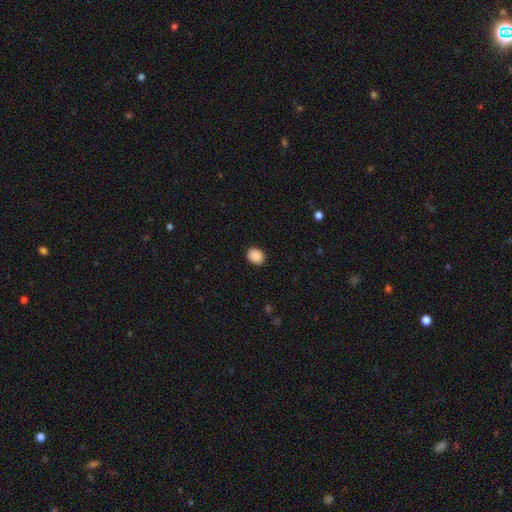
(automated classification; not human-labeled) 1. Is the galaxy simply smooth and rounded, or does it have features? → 90% smooth, 8% star or artifact, 3% featured or disk.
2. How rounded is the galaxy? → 52% round, 48% in between, 1% cigar-shaped.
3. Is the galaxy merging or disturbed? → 89% none, 8% minor disturbance, 2% major disturbance, 1% merger.